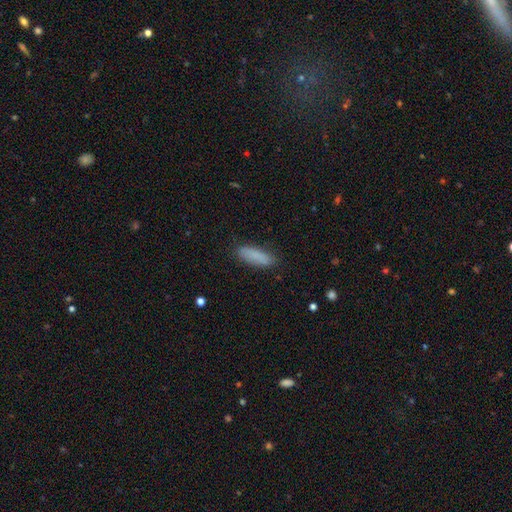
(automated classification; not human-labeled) This appears to be a smooth galaxy with no disk features (86%) that is cigar-shaped (51%). Merging: none (84%).